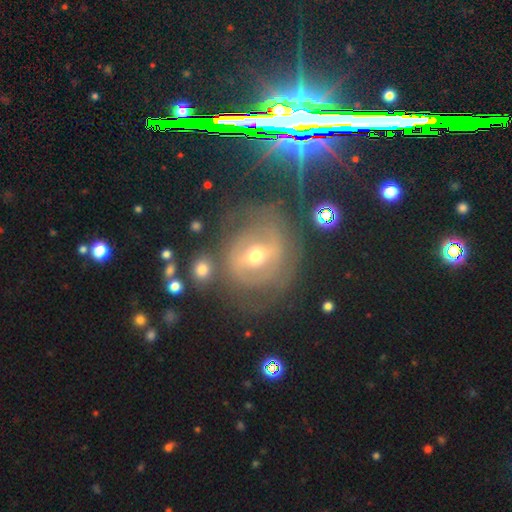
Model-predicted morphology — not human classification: Overall: featured or disk (65%). Edge-on disk: no (94%). Bar: strong (41%; weak 37%). Spiral arms: yes (60%; no 40%). Bulge size: moderate (59%; small 36%). Merging: none (66%).